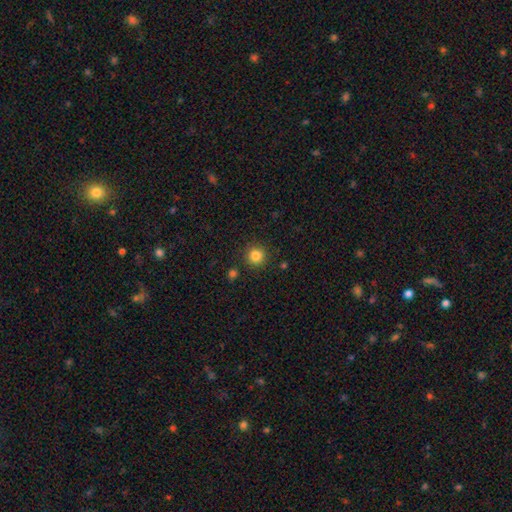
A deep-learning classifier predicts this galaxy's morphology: A smooth galaxy with no disk features (84%) that is round (95%).

Vote fractions:
- Smooth or featured? smooth: 84% / star or artifact: 11% / featured or disk: 5%
- How rounded? round: 95% / in between: 4% / cigar-shaped: 1%
- Merging? none: 90% / minor disturbance: 6% / merger: 2% / major disturbance: 2%